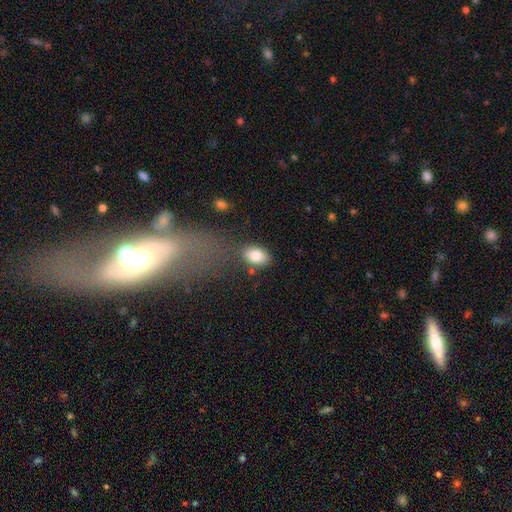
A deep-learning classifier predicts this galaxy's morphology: The model was most divided on "merging": none: 74%, minor disturbance: 14%, merger: 7%, major disturbance: 5%. More confident: how rounded — in between (85%); smooth or featured — smooth (82%).